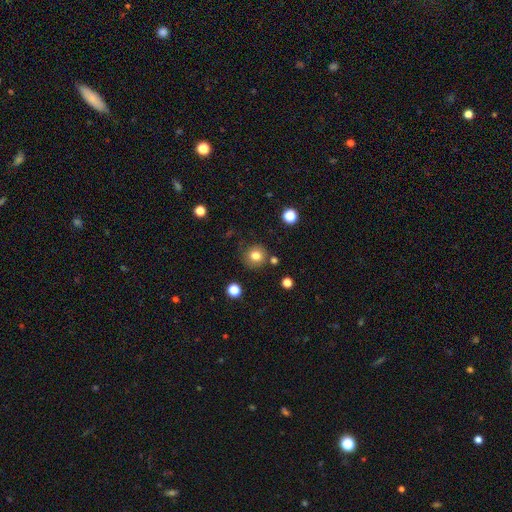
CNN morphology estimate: type=smooth (80%); roundness=round (91%); merging=none (82%).